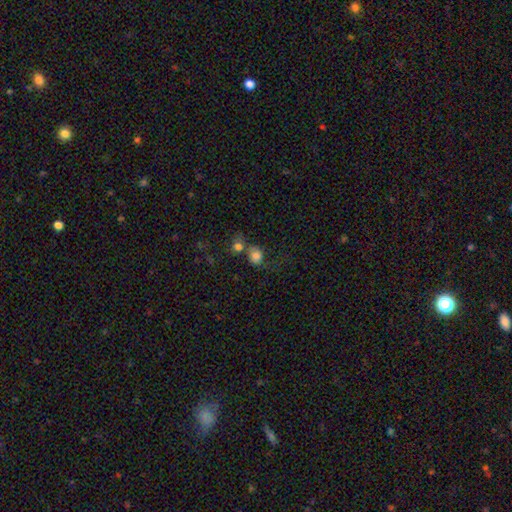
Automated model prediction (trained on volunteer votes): The model was most divided on "merging": merger: 44%, none: 32%, minor disturbance: 13%, major disturbance: 12%. More confident: smooth or featured — smooth (78%); how rounded — round (68%).